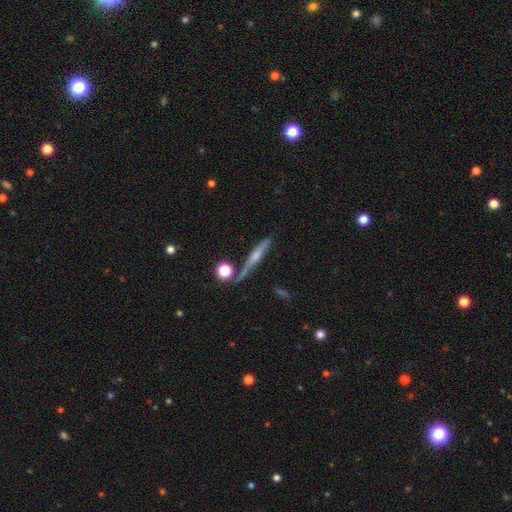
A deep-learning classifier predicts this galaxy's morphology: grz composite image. It shows a featured or disk galaxy (69%) viewed edge-on (96%) with a rounded central bulge (80%). Merging: none (79%).